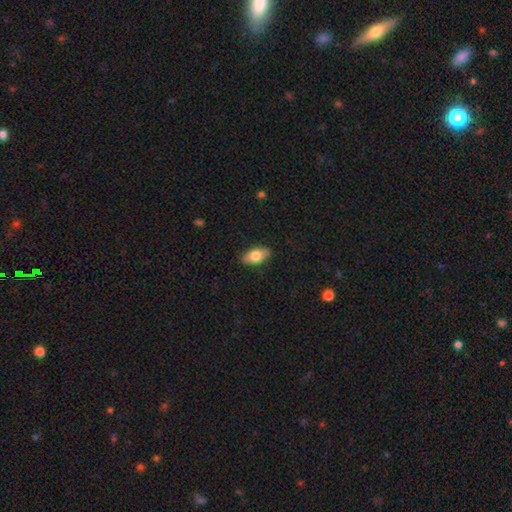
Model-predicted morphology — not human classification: smooth_or_featured: smooth (p=0.75) [alt: featured or disk p=0.18]
how_rounded: in between (p=0.90) [alt: round p=0.05]
merging: none (p=0.86) [alt: minor disturbance p=0.10]